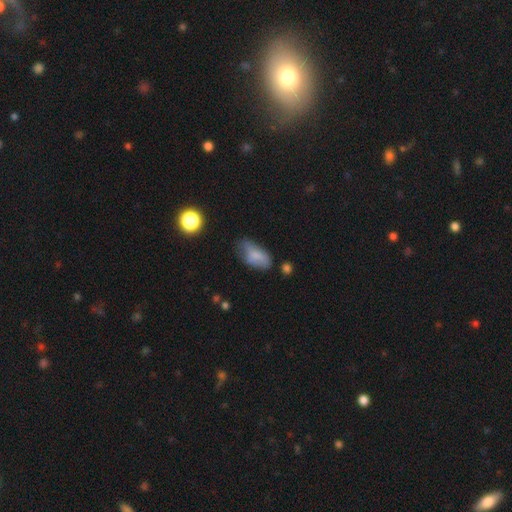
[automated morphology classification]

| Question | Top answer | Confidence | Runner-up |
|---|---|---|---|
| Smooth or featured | smooth | 73% | featured or disk (18%) |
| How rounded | in between | 92% | cigar-shaped (5%) |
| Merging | none | 43% | minor disturbance (38%) |